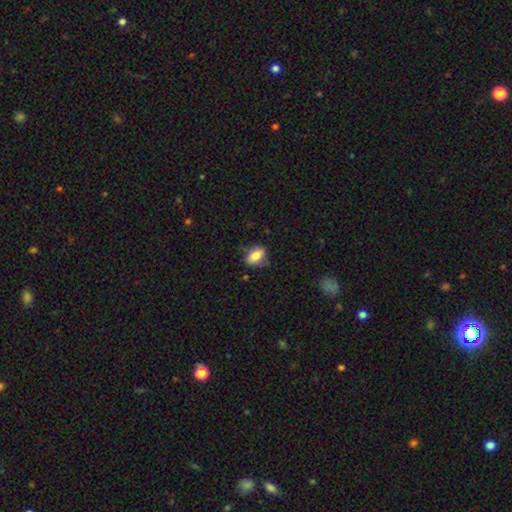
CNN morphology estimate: A smooth galaxy with no disk features (82%) that is in between round and cigar-shaped (80%). Merging: none (71%).